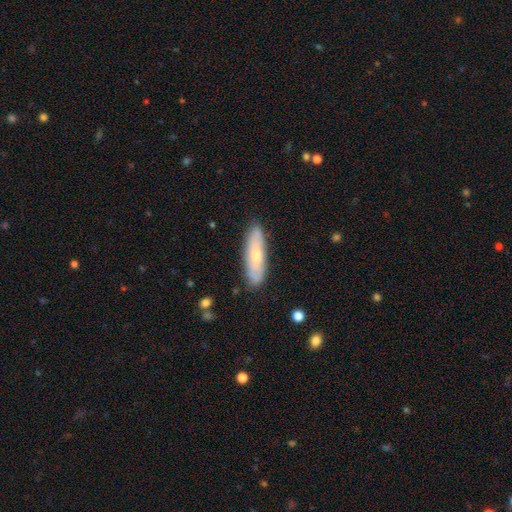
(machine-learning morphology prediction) A smooth galaxy with no disk features (57%) that is cigar-shaped (57%).

Vote fractions:
- Smooth or featured? smooth: 57% / featured or disk: 37% / star or artifact: 6%
- How rounded? cigar-shaped: 57% / in between: 41% / round: 2%
- Merging? none: 83% / minor disturbance: 13% / major disturbance: 2% / merger: 2%